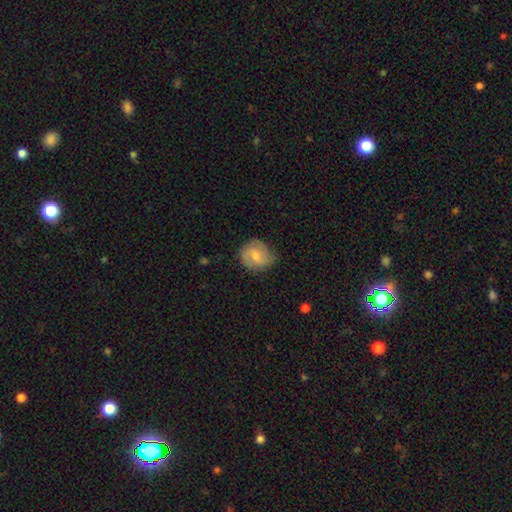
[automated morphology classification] smooth_or_featured: smooth (p=0.49) [alt: featured or disk p=0.45]
merging: none (p=0.68) [alt: minor disturbance p=0.23]